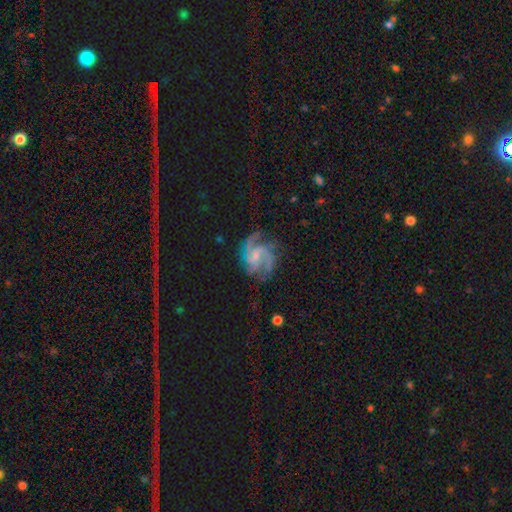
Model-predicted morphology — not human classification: Q: Smooth or featured?
A: featured or disk (91%); runner-up: star or artifact (5%)
Q: Edge-on disk?
A: no (98%); runner-up: yes (2%)
Q: Bar?
A: weak (49%); runner-up: no (38%)
Q: Spiral arms?
A: yes (98%); runner-up: no (2%)
Q: Spiral winding?
A: medium (57%); runner-up: tight (29%)
Q: Spiral arm count?
A: 3 (46%); runner-up: 2 (25%)
Q: Bulge size?
A: small (54%); runner-up: moderate (22%)
Q: Merging?
A: none (70%); runner-up: minor disturbance (18%)